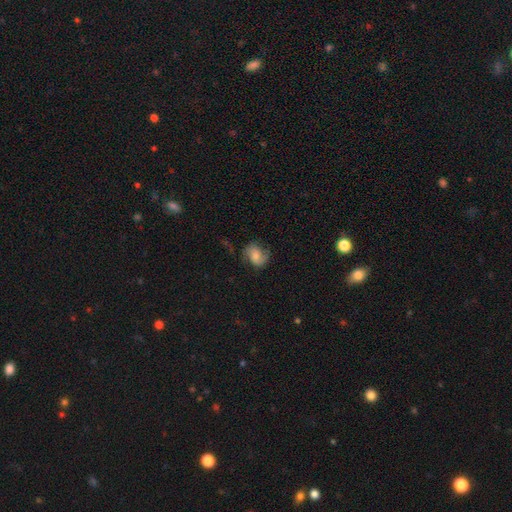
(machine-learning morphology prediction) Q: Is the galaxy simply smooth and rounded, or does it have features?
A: smooth — 46%.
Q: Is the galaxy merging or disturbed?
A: none — 63%.